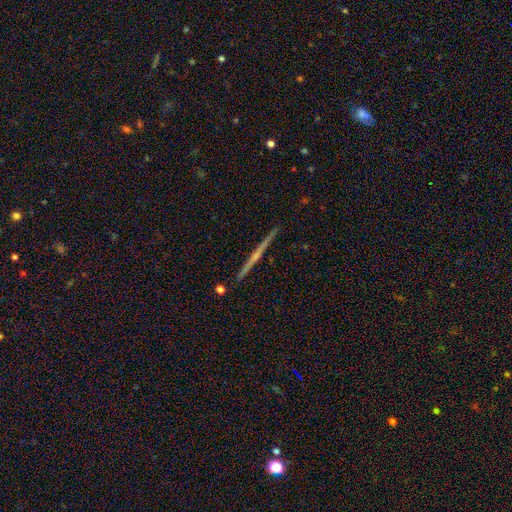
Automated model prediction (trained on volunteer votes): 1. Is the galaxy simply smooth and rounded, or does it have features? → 76% featured or disk, 18% smooth, 7% star or artifact.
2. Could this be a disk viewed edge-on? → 99% yes, 1% no.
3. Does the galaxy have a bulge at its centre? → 53% rounded, 40% none, 7% boxy.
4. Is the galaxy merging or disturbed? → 92% none, 5% minor disturbance, 1% merger, 1% major disturbance.